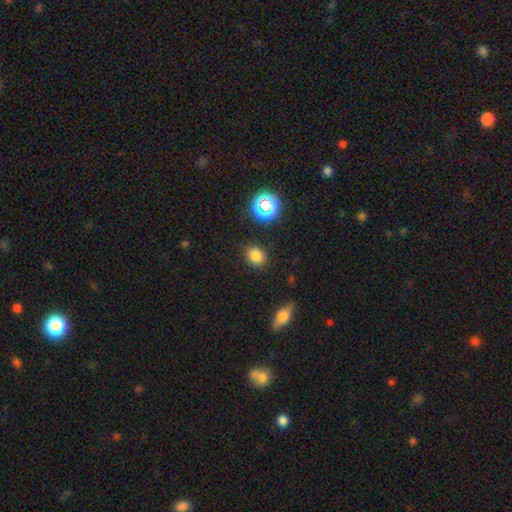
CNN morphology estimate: This is likely a smooth galaxy (78%). How rounded: likely round (69%). Merging: clearly none (86%).